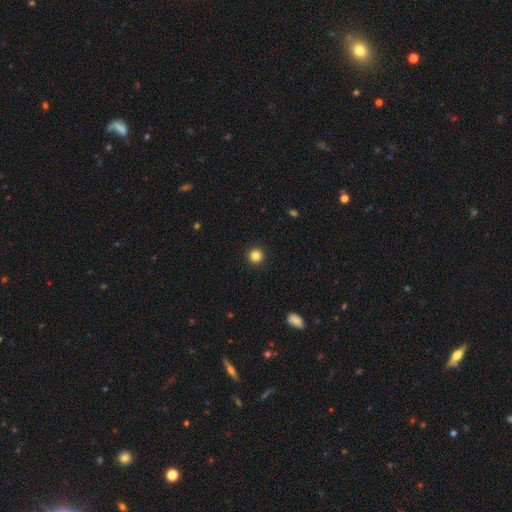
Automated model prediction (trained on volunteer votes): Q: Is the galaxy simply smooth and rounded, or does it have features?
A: smooth — 84%.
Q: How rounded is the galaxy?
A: round — 96%.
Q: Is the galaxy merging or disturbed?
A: none — 93%.